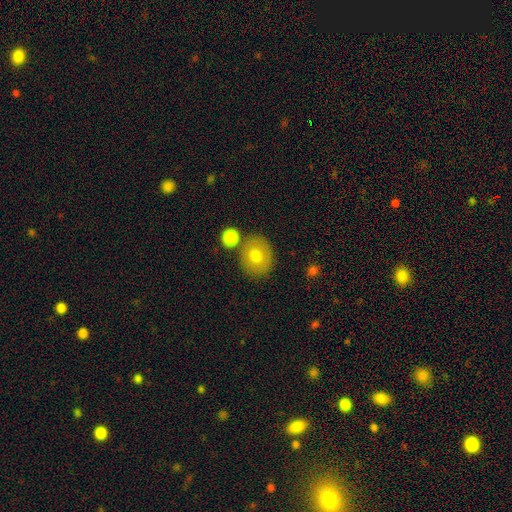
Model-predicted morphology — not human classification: Overall: smooth (72%). How rounded: round (63%; in between 36%). Merging: none (74%).